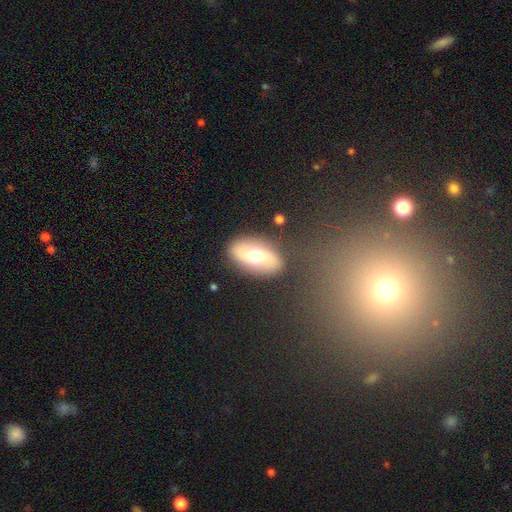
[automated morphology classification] Q: Smooth or featured?
A: featured or disk (49%); runner-up: smooth (43%)
Q: Merging?
A: none (82%); runner-up: minor disturbance (11%)